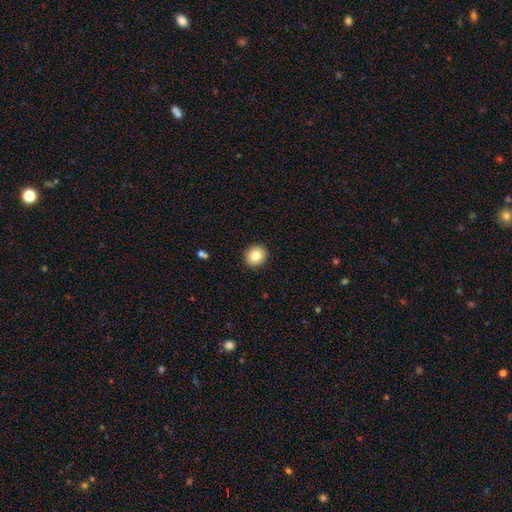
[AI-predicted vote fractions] Smooth or featured: smooth — 83% (star or artifact — 9%)
How rounded: round — 84% (in between — 15%)
Merging: none — 92% (minor disturbance — 6%)